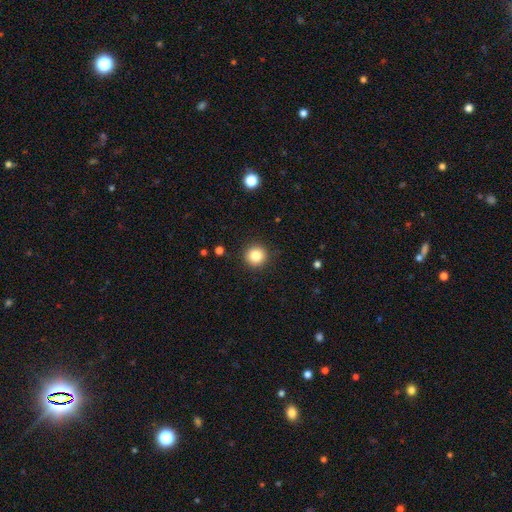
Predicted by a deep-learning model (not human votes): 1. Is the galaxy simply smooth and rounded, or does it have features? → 84% smooth, 10% star or artifact, 6% featured or disk.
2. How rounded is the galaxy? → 93% round, 6% in between, 1% cigar-shaped.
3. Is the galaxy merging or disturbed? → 91% none, 6% minor disturbance, 2% major disturbance, 1% merger.